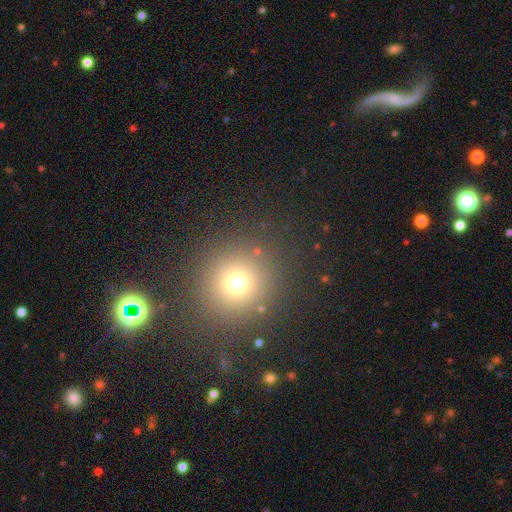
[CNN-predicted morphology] Smooth or featured? Predicted: smooth (p=0.64). How rounded? Predicted: round (p=0.94). Merging? Predicted: none (p=0.86).